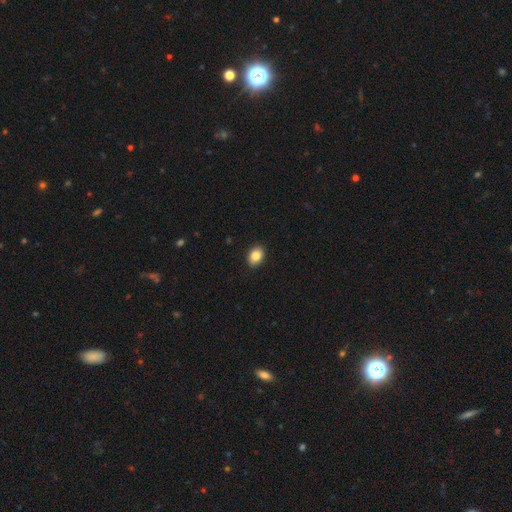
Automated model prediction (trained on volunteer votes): Q: Smooth or featured?
A: smooth (86%); runner-up: star or artifact (8%)
Q: How rounded?
A: in between (75%); runner-up: round (24%)
Q: Merging?
A: none (90%); runner-up: minor disturbance (7%)